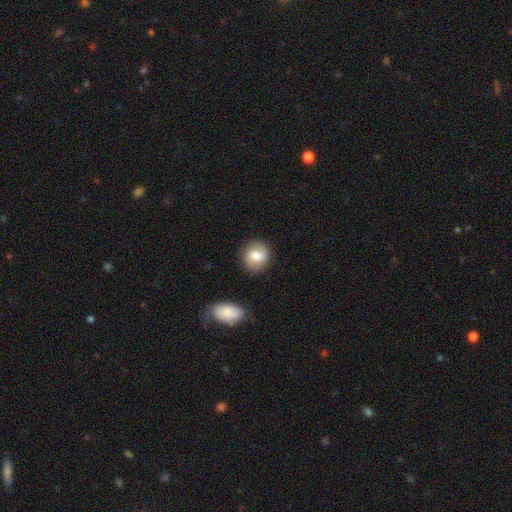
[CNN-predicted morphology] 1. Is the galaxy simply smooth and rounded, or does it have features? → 74% smooth, 19% featured or disk, 8% star or artifact.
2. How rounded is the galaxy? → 80% round, 19% in between, 1% cigar-shaped.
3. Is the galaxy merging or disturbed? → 85% none, 10% minor disturbance, 3% major disturbance, 2% merger.